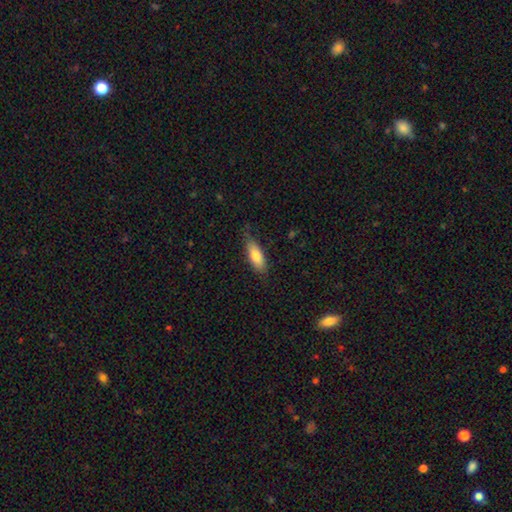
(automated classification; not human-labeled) Smooth or featured? Predicted: smooth (p=0.78). How rounded? Predicted: in between (p=0.69). Merging? Predicted: none (p=0.73).